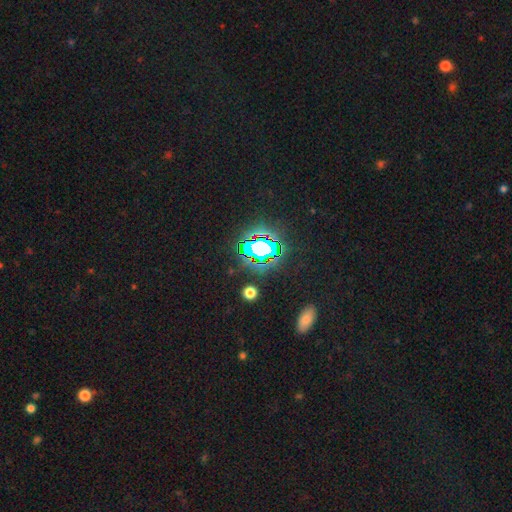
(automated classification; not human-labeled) A star or artifact, not a galaxy (75%).